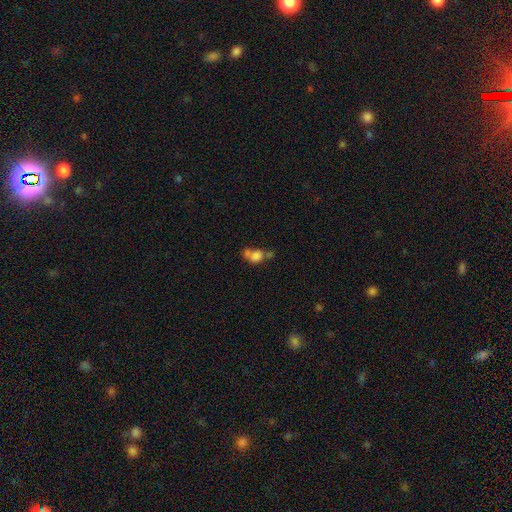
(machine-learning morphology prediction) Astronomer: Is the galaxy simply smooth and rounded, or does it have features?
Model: smooth — 72%.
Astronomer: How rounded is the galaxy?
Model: in between — 57% (runner-up: round, 41%).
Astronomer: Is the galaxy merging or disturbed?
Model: merger — 47% (runner-up: none, 23%).